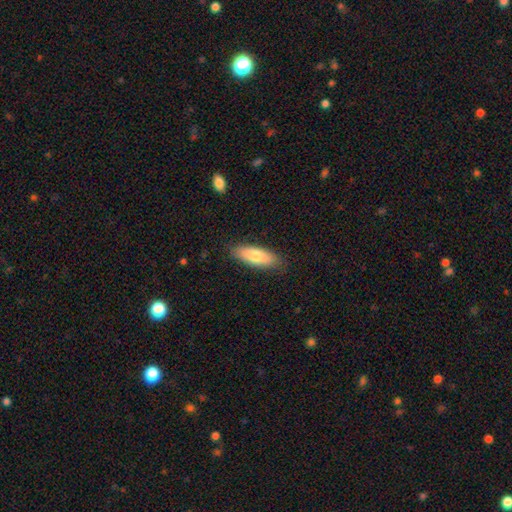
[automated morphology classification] Q: Smooth or featured?
A: smooth (78%); runner-up: featured or disk (16%)
Q: How rounded?
A: in between (62%); runner-up: cigar-shaped (36%)
Q: Merging?
A: none (86%); runner-up: minor disturbance (11%)